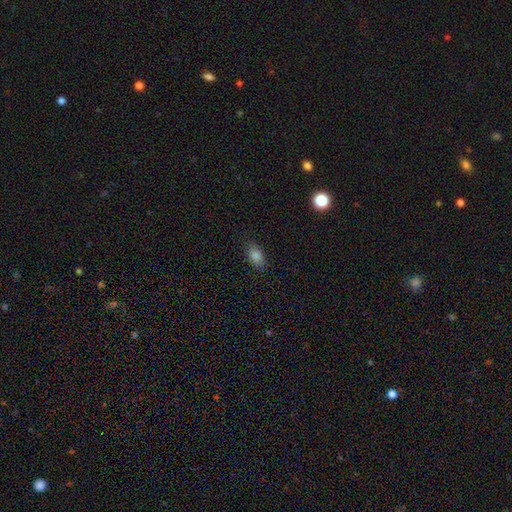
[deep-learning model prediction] smooth 82%, star or artifact 11%, featured or disk 8%. Down the decision tree: how rounded — in between (87%); merging — none (85%).